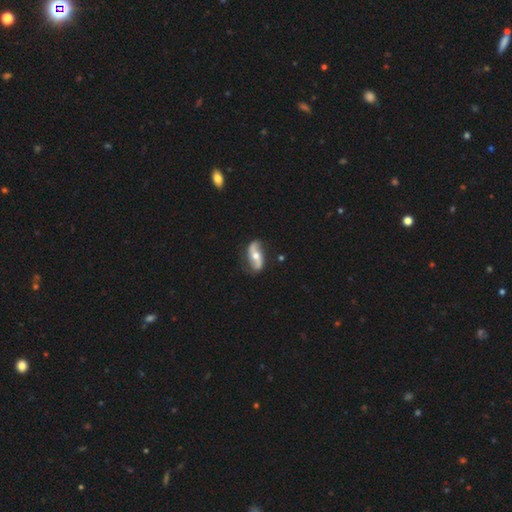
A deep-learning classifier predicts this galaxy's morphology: A featured or disk galaxy (78%) with no bar (49%), 2 (92%) loose (71%) spiral arms (89%) and a moderate central bulge (71%).

Vote fractions:
- Smooth or featured? featured or disk: 78% / smooth: 17% / star or artifact: 5%
- Edge-on disk? no: 90% / yes: 10%
- Bar? no: 49% / strong: 27% / weak: 25%
- Spiral arms? yes: 89% / no: 11%
- Spiral winding? loose: 71% / medium: 20% / tight: 10%
- Spiral arm count? 2: 92% / can't tell: 4% / 1: 2% / 3: 1% / 4: 1% / more than 4: 1%
- Bulge size? moderate: 71% / small: 22% / large: 5% / none: 1% / dominant: 1%
- Merging? none: 79% / minor disturbance: 15% / major disturbance: 5% / merger: 2%